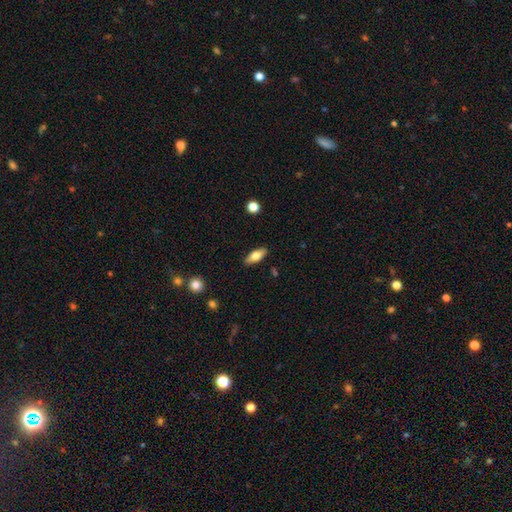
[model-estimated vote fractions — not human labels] Q: Smooth or featured?
A: smooth (67%); runner-up: featured or disk (26%)
Q: How rounded?
A: in between (76%); runner-up: cigar-shaped (21%)
Q: Merging?
A: none (88%); runner-up: minor disturbance (9%)